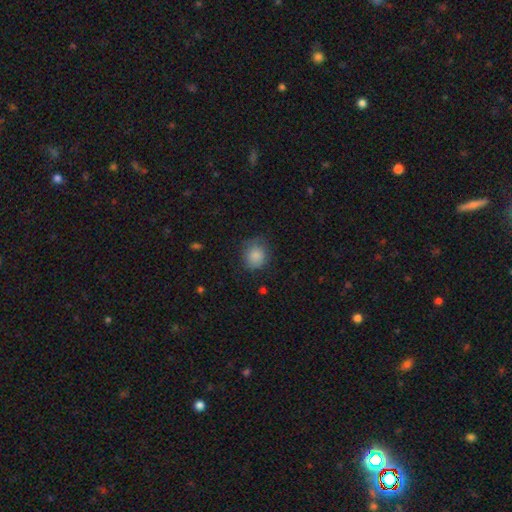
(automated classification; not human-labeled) Morphology: type=smooth (85%); roundness=round (77%); merging=none (71%).